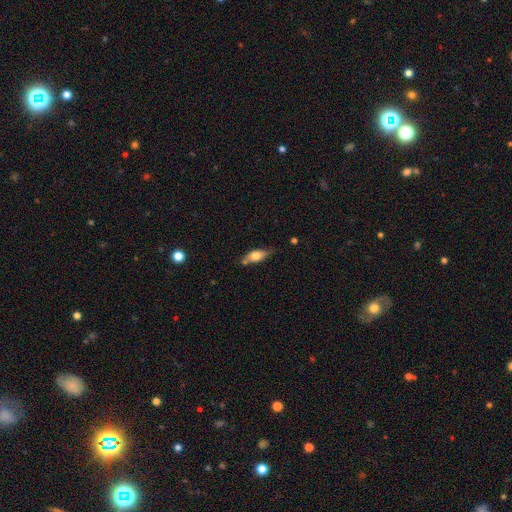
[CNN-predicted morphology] smooth_or_featured: smooth (p=0.67) [alt: featured or disk p=0.25]
how_rounded: in between (p=0.76) [alt: cigar-shaped p=0.20]
merging: none (p=0.61) [alt: minor disturbance p=0.23]